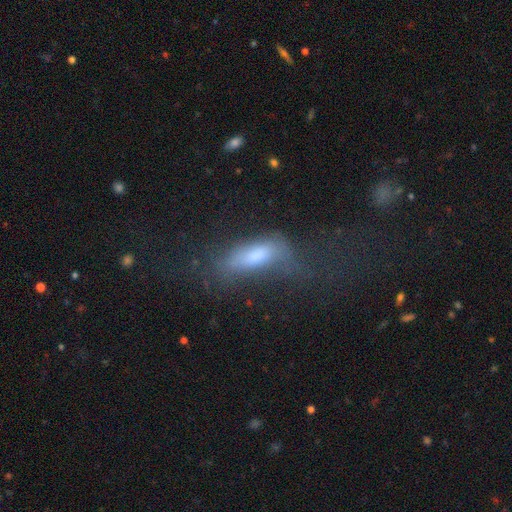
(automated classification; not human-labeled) This appears to be a smooth galaxy with no disk features (65%) that is in between round and cigar-shaped (59%). Merging: none (36%, tied with major disturbance).